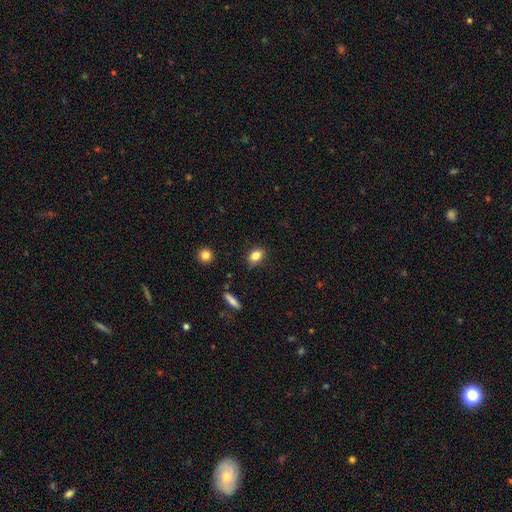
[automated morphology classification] Overall: smooth (82%). How rounded: in between (74%). Merging: none (81%).